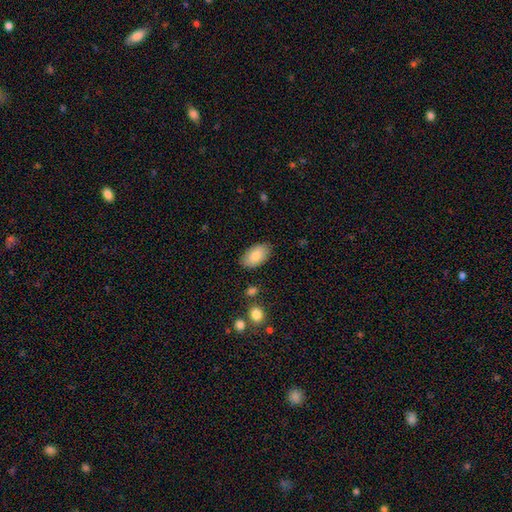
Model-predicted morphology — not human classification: A smooth galaxy with no disk features (83%) that is in between round and cigar-shaped (94%). Merging: none (82%).